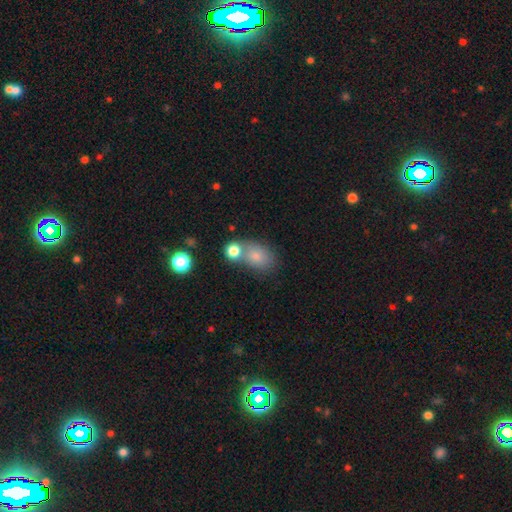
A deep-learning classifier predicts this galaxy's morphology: This appears to be a smooth galaxy with no disk features (79%) that is in between round and cigar-shaped (72%). Merging: none (48%).